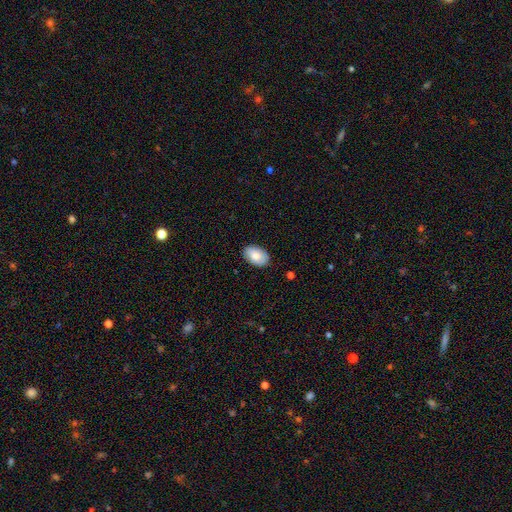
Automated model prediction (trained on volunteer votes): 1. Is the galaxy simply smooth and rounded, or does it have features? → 82% smooth, 12% featured or disk, 6% star or artifact.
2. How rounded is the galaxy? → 90% in between, 9% round, 1% cigar-shaped.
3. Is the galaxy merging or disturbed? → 86% none, 11% minor disturbance, 2% major disturbance, 1% merger.